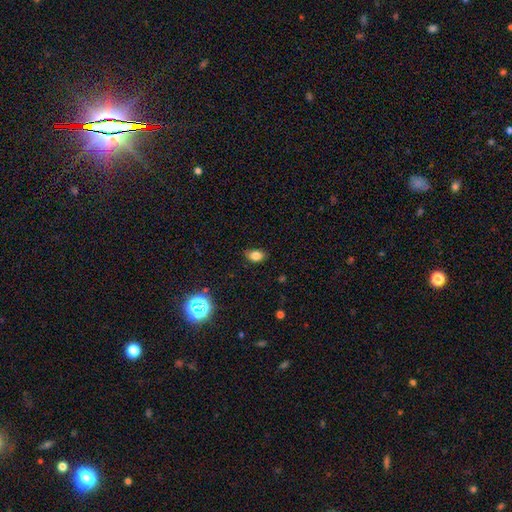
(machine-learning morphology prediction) smooth_or_featured: smooth (p=0.81) [alt: star or artifact p=0.13]
how_rounded: in between (p=0.81) [alt: round p=0.17]
merging: none (p=0.83) [alt: minor disturbance p=0.14]